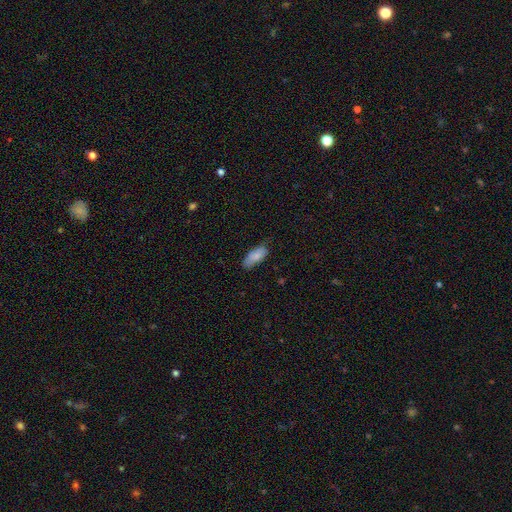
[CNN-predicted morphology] smooth-or-featured: smooth: 81% | featured or disk: 13% | star or artifact: 6%
  how-rounded: in between: 82% | cigar-shaped: 16% | round: 2%
  merging: none: 67% | minor disturbance: 26% | major disturbance: 5% | merger: 1%